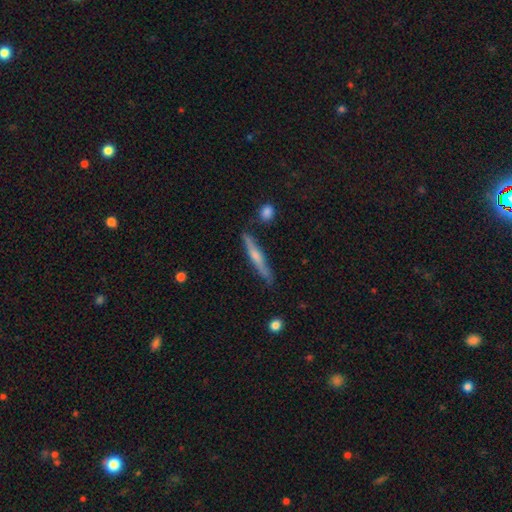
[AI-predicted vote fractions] Q: Smooth or featured?
A: featured or disk (53%); runner-up: smooth (40%)
Q: Edge-on disk?
A: yes (95%); runner-up: no (5%)
Q: Edge-on bulge?
A: rounded (64%); runner-up: none (27%)
Q: Merging?
A: none (82%); runner-up: minor disturbance (13%)